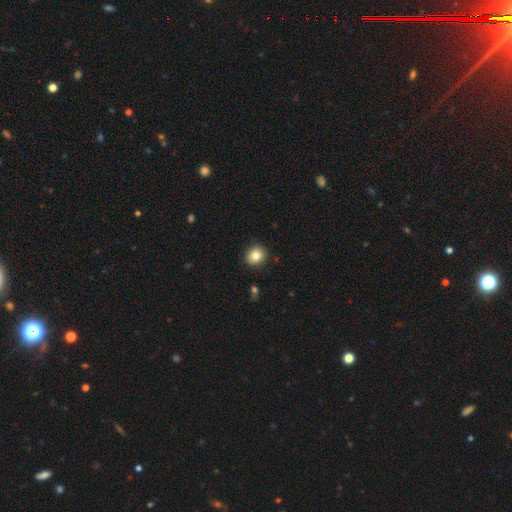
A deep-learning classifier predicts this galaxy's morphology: Smooth or featured? smooth (83%)
How rounded? round (80%)
Merging? none (90%)